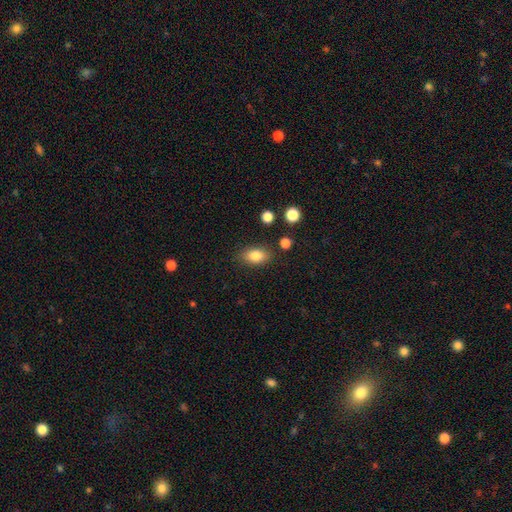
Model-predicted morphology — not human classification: Overall: smooth (82%). How rounded: in between (86%). Merging: none (84%).